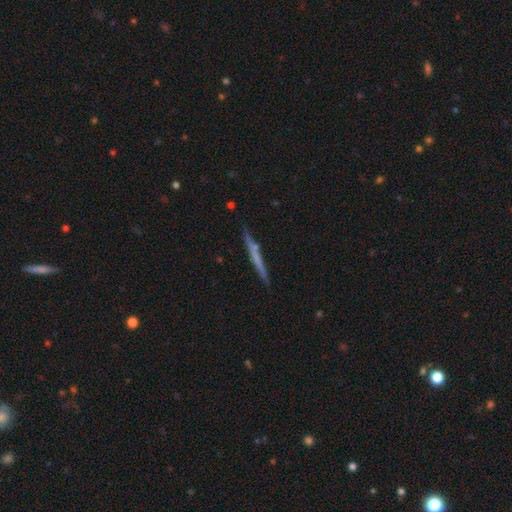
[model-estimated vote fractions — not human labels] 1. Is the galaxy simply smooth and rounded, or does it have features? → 48% featured or disk, 46% smooth, 6% star or artifact.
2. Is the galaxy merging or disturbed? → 87% none, 9% minor disturbance, 2% merger, 2% major disturbance.